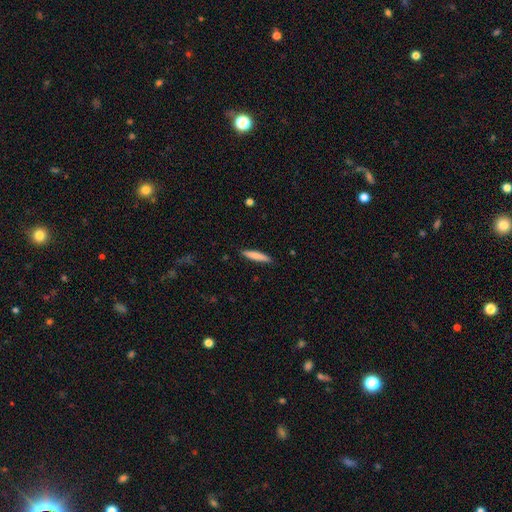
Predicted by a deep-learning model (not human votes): Smooth or featured? Predicted: smooth (p=0.78). How rounded? Predicted: cigar-shaped (p=0.89). Merging? Predicted: none (p=0.89).